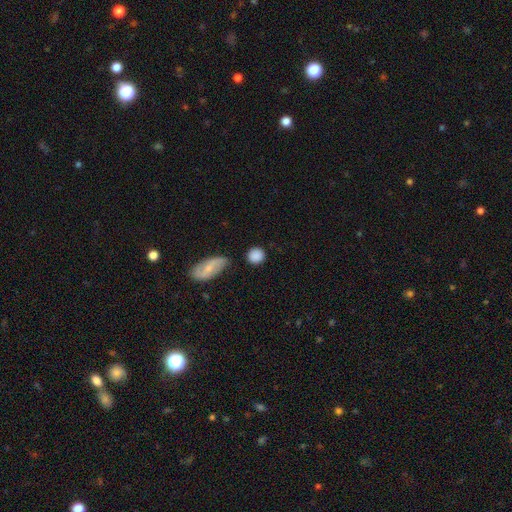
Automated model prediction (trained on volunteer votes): The model was most divided on "merging": none: 75%, minor disturbance: 13%, merger: 7%, major disturbance: 4%. More confident: how rounded — round (87%); smooth or featured — smooth (83%).